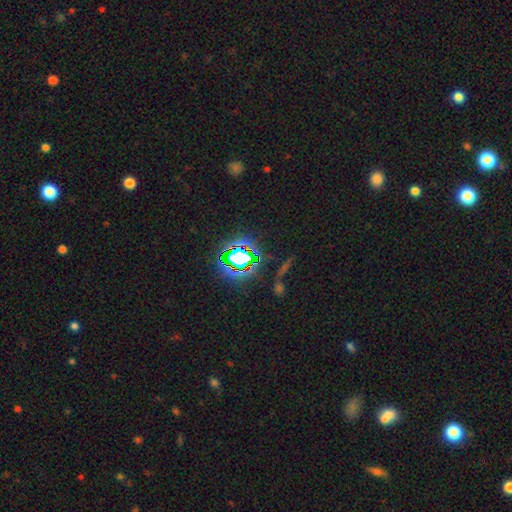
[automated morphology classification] smooth-or-featured: star or artifact: 80% | smooth: 12% | featured or disk: 8%